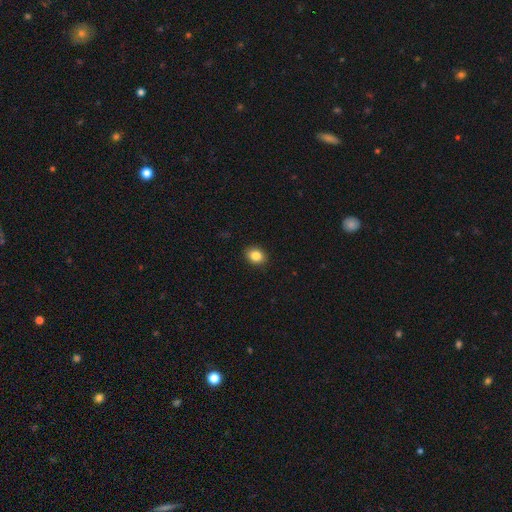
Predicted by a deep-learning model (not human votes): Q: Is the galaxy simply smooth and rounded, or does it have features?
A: smooth — 85%.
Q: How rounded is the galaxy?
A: in between — 54%.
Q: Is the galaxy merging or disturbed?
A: none — 90%.